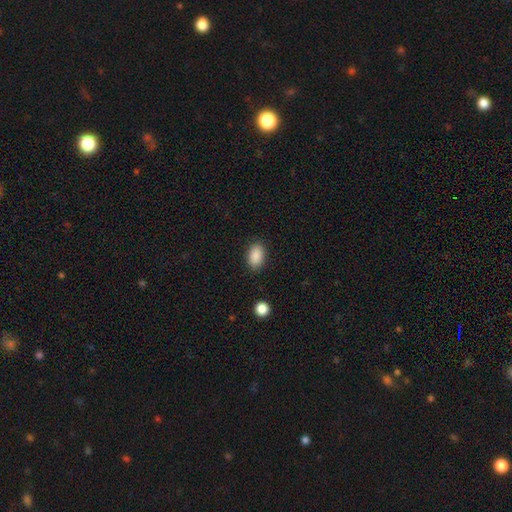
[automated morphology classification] Q: Smooth or featured?
A: smooth (89%); runner-up: star or artifact (7%)
Q: How rounded?
A: in between (90%); runner-up: round (8%)
Q: Merging?
A: none (87%); runner-up: minor disturbance (9%)